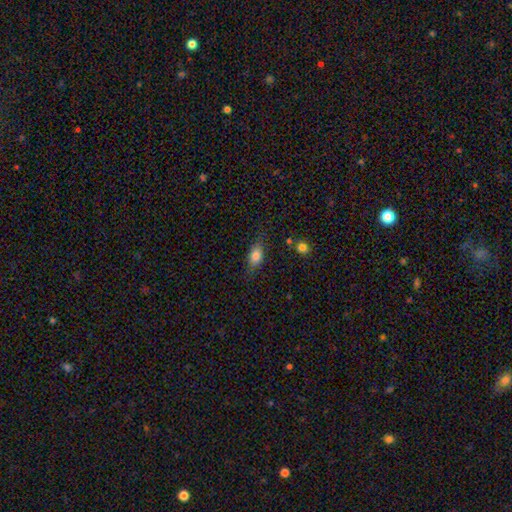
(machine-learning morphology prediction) A smooth galaxy with no disk features (79%) that is in between round and cigar-shaped (80%). Merging: none (72%).